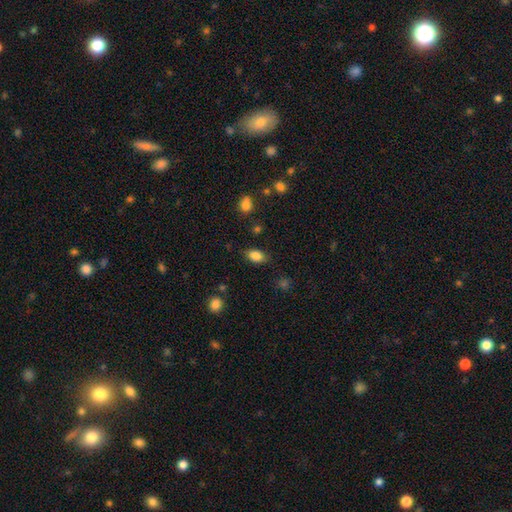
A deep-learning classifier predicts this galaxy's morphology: The model was most divided on "merging": none: 82%, minor disturbance: 13%, major disturbance: 3%, merger: 2%. More confident: how rounded — in between (86%); smooth or featured — smooth (85%).